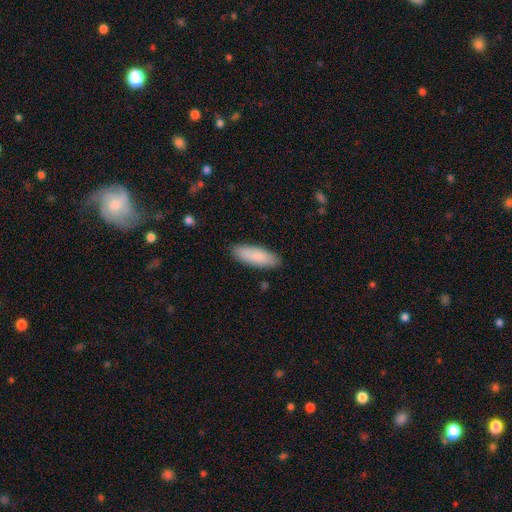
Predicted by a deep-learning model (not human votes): Smooth or featured?
  - smooth: 85% *
  - featured or disk: 9%
  - star or artifact: 5%
How rounded?
  - in between: 61% *
  - cigar-shaped: 37%
  - round: 2%
Merging?
  - none: 88% *
  - minor disturbance: 9%
  - major disturbance: 2%
  - merger: 1%